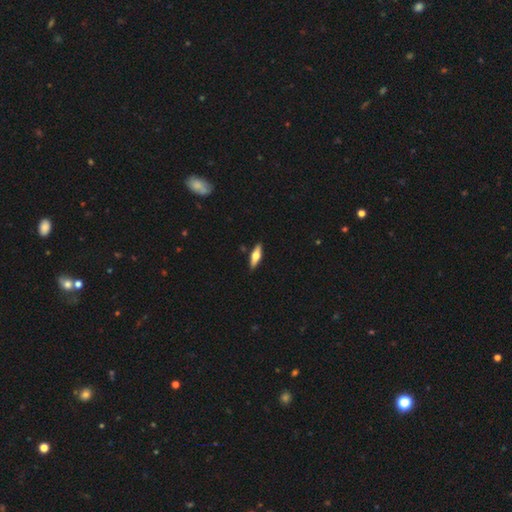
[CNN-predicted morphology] A smooth galaxy with no disk features (49%).

Vote fractions:
- Smooth or featured? smooth: 49% / featured or disk: 46% / star or artifact: 5%
- Merging? none: 89% / minor disturbance: 8% / major disturbance: 2% / merger: 1%